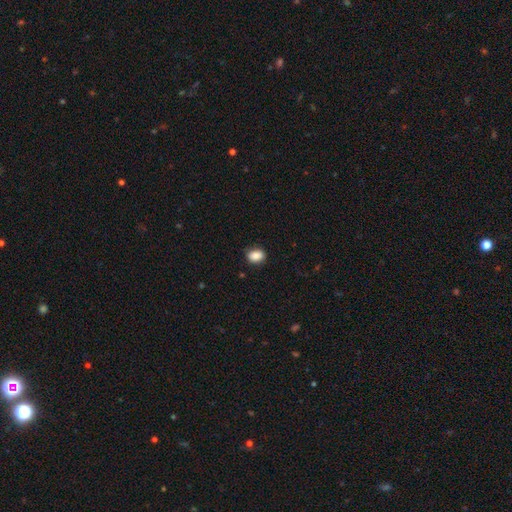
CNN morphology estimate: This appears to be a smooth galaxy with no disk features (87%) that is in between round and cigar-shaped (68%). Merging: none (83%).